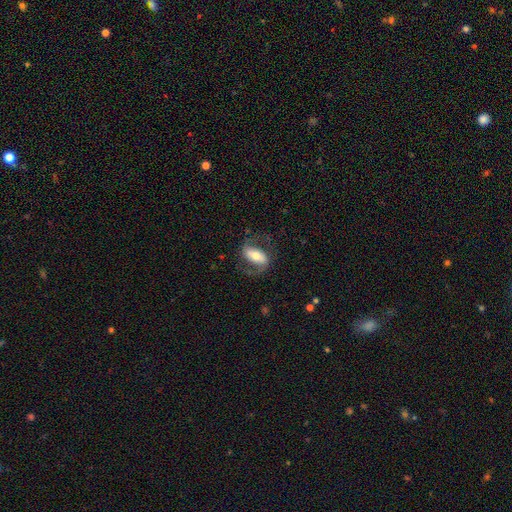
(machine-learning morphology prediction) Smooth or featured? featured or disk (66%)
Edge-on disk? no (93%)
Bar? strong (49%)
Spiral arms? yes (86%)
Spiral winding? medium (45%)
Spiral arm count? 2 (87%)
Bulge size? moderate (57%)
Merging? none (68%)